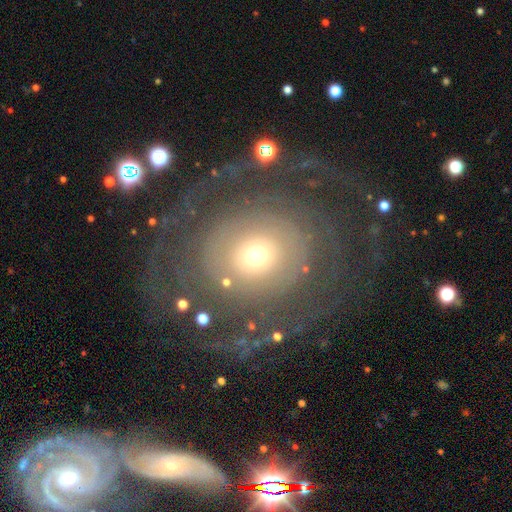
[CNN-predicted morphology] The model was most divided on "bulge size": small: 51%, moderate: 37%, large: 8%, dominant: 3%, none: 1%. More confident: edge-on disk — no (96%); bar — no (87%); smooth or featured — featured or disk (70%); merging — none (70%); spiral arms — yes (69%).